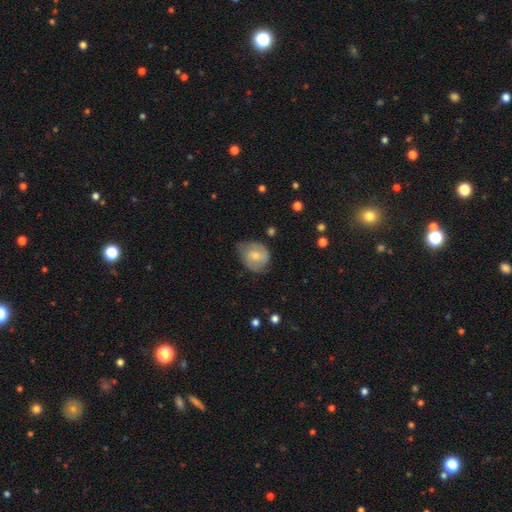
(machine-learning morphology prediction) A smooth galaxy with no disk features (53%) that is round (66%). Merging: none (48%).